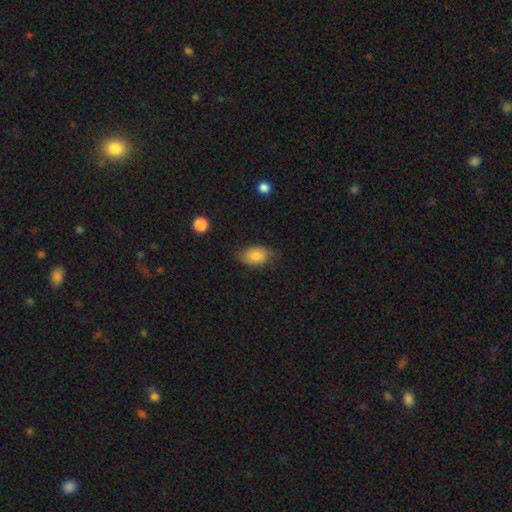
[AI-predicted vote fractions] Overall: smooth (81%). How rounded: in between (87%). Merging: none (72%).